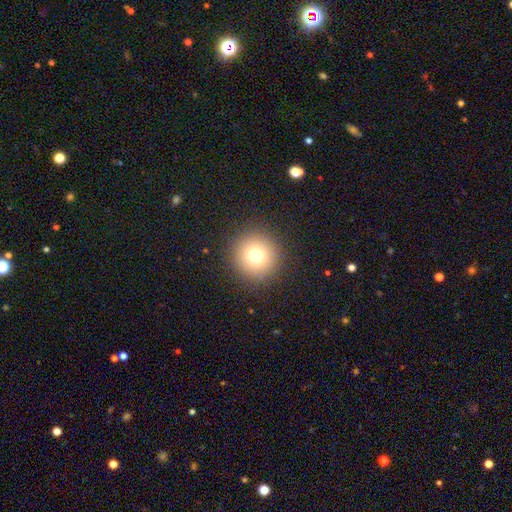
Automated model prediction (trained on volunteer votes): Smooth or featured? smooth (75%)
How rounded? round (95%)
Merging? none (91%)